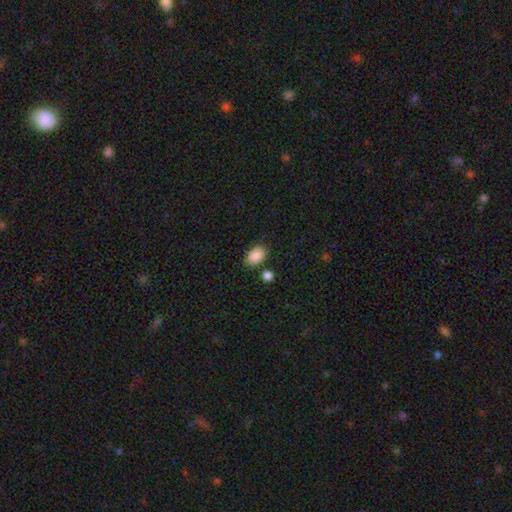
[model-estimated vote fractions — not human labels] Morphology: type=smooth (88%); roundness=in between (91%); merging=none (81%).